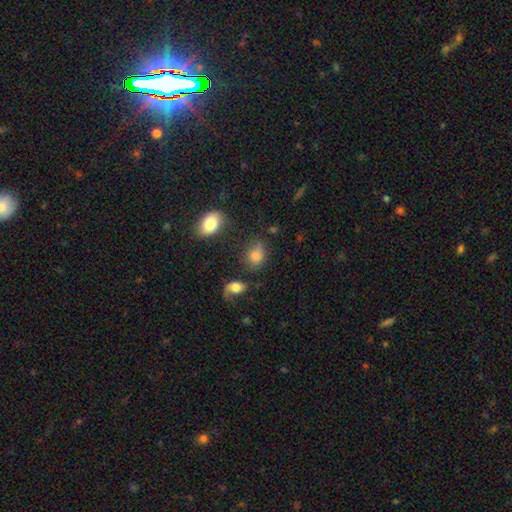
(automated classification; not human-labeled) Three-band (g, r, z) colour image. It shows a smooth galaxy with no disk features (77%) that is in between round and cigar-shaped (56%). Merging: none (55%).